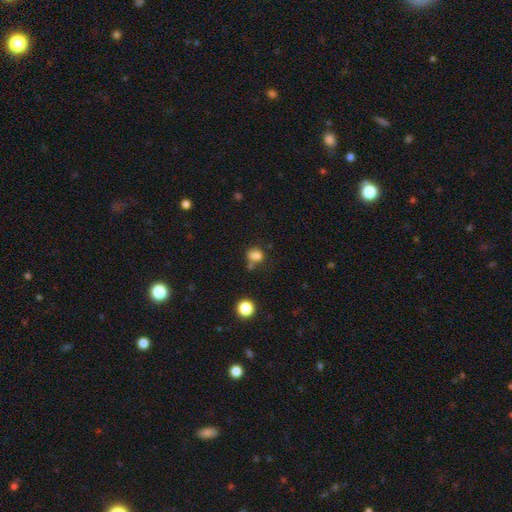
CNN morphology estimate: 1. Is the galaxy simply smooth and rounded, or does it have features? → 77% smooth, 14% star or artifact, 8% featured or disk.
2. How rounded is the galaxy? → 55% round, 43% in between, 1% cigar-shaped.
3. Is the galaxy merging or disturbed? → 47% none, 24% merger, 19% minor disturbance, 9% major disturbance.